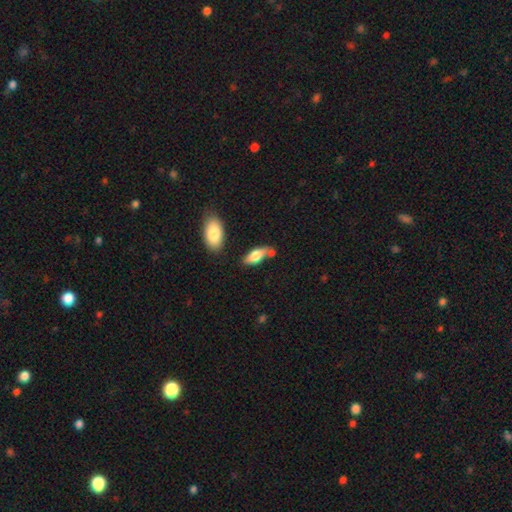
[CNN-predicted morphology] type=smooth (73%); roundness=in between (78%); merging=none (57%).